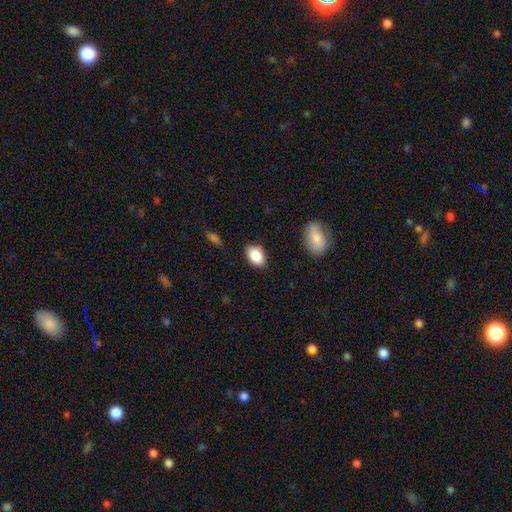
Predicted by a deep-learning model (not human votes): A smooth galaxy with no disk features (88%) that is in between round and cigar-shaped (88%). Merging: none (83%).